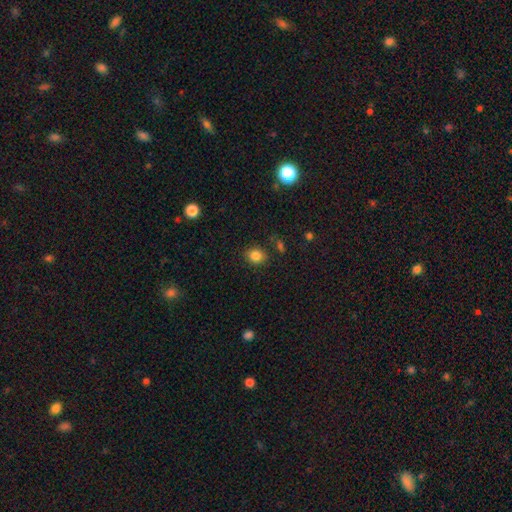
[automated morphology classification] The model was most divided on "how rounded": round: 61%, in between: 38%, cigar-shaped: 1%. More confident: smooth or featured — smooth (84%); merging — none (82%).